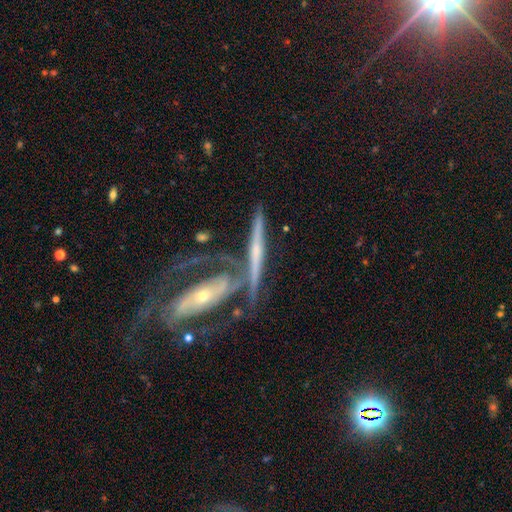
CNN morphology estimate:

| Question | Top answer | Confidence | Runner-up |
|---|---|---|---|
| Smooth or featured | featured or disk | 78% | smooth (15%) |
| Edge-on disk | yes | 66% | no (34%) |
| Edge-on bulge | rounded | 74% | none (22%) |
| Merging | none | 49% | merger (30%) |